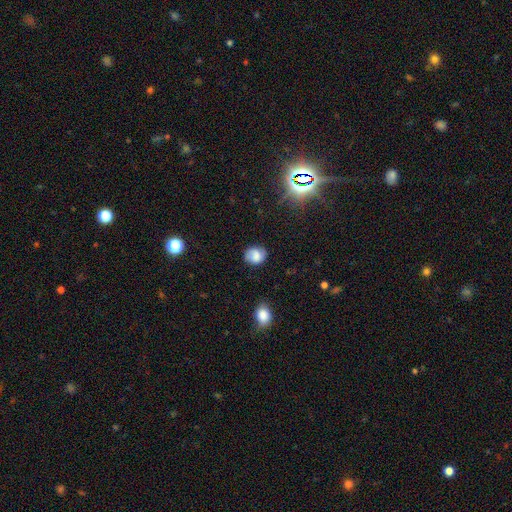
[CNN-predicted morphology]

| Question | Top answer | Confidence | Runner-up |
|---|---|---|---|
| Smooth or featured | smooth | 67% | featured or disk (22%) |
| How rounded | round | 63% | in between (36%) |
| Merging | none | 74% | minor disturbance (19%) |